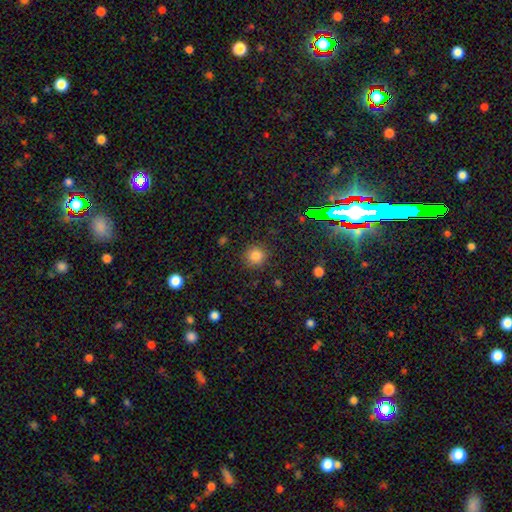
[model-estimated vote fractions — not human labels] This appears to be a smooth galaxy with no disk features (81%) that is round (92%). Merging: none (87%).